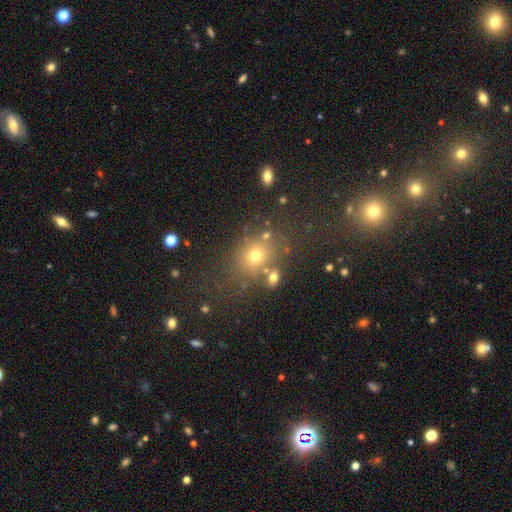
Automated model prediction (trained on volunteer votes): Morphology: type=smooth (68%); roundness=round (58%); merging=none (70%).